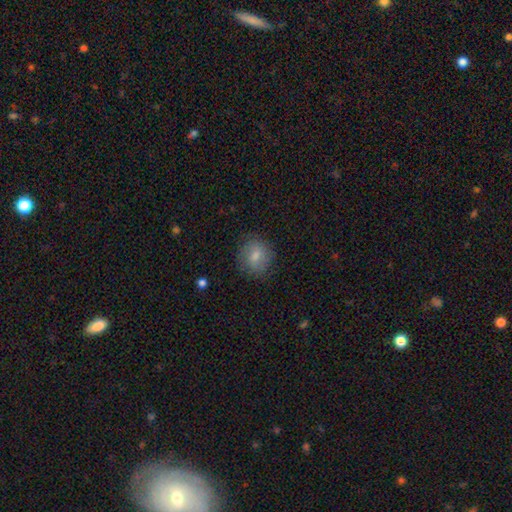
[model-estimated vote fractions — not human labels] This is likely a smooth galaxy (77%). How rounded: likely round (77%). Merging: clearly none (82%).